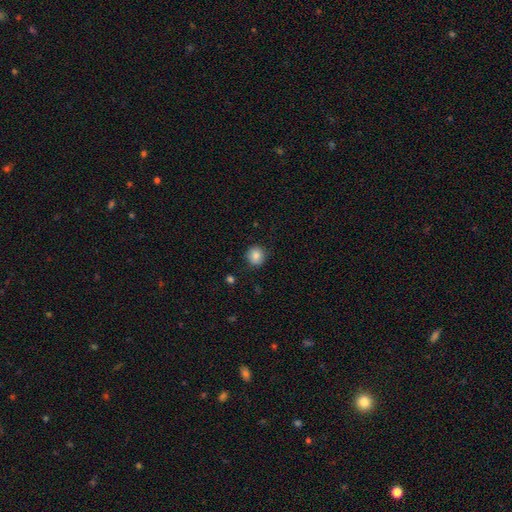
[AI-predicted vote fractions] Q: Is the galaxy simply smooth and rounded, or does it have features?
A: smooth — 85%.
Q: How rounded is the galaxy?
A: round — 89%.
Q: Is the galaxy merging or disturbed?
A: none — 87%.